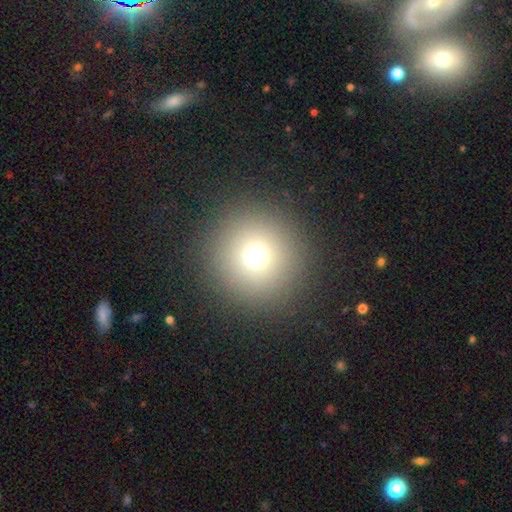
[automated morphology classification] A smooth galaxy with no disk features (70%) that is round (96%).

Vote fractions:
- Smooth or featured? smooth: 70% / star or artifact: 21% / featured or disk: 9%
- How rounded? round: 96% / in between: 3% / cigar-shaped: 1%
- Merging? none: 91% / minor disturbance: 5% / major disturbance: 3% / merger: 1%